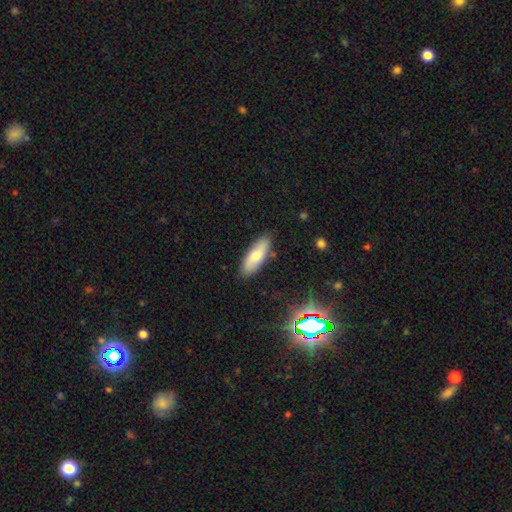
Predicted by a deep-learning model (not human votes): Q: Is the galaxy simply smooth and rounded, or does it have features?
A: smooth — 71%.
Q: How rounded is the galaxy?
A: in between — 63%.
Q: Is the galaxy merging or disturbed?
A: none — 85%.